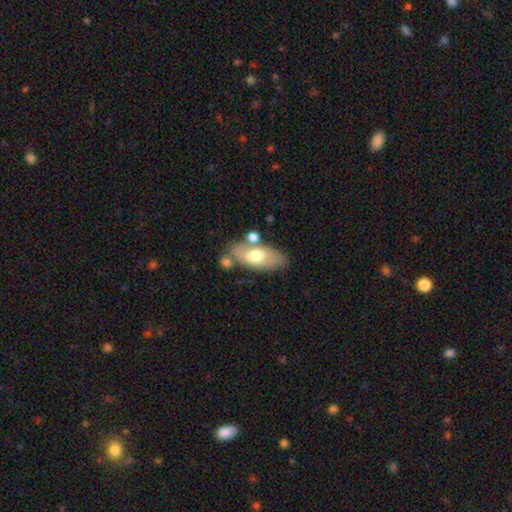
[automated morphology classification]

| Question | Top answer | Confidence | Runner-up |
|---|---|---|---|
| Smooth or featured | smooth | 64% | featured or disk (29%) |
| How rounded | in between | 86% | cigar-shaped (10%) |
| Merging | none | 63% | minor disturbance (16%) |